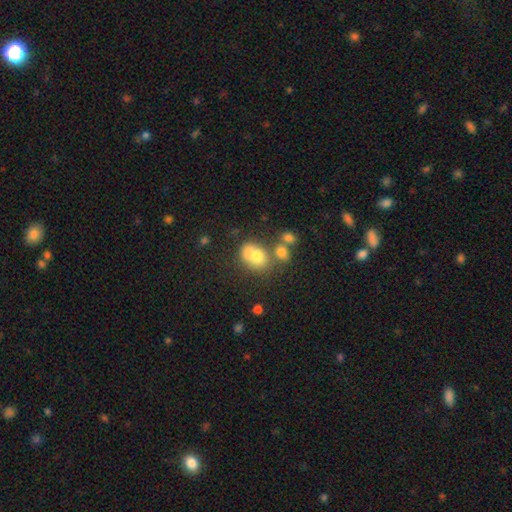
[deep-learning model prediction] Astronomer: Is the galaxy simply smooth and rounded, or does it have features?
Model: smooth — 71%.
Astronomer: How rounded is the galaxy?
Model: in between — 59% (runner-up: round, 40%).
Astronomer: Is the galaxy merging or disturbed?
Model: merger — 39% (runner-up: none, 37%).